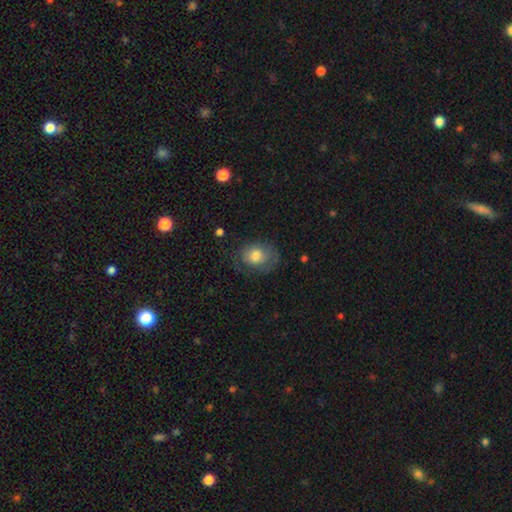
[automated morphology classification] type=smooth (72%); roundness=in between (56%); merging=none (59%).